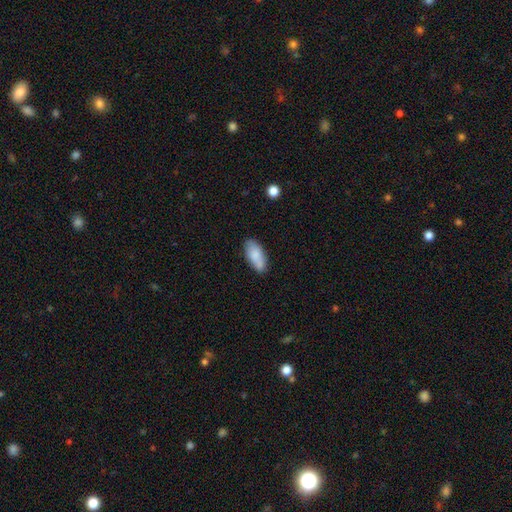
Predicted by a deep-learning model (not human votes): smooth 80%, featured or disk 14%, star or artifact 7%. Down the decision tree: how rounded — in between (89%); merging — none (67%).